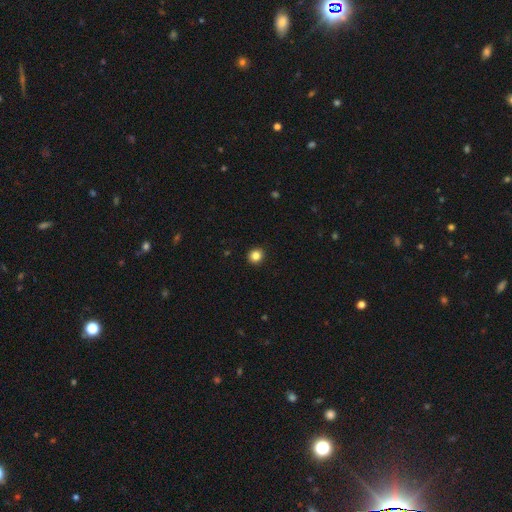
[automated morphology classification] Smooth or featured? Predicted: smooth (p=0.85). How rounded? Predicted: round (p=0.90). Merging? Predicted: none (p=0.93).